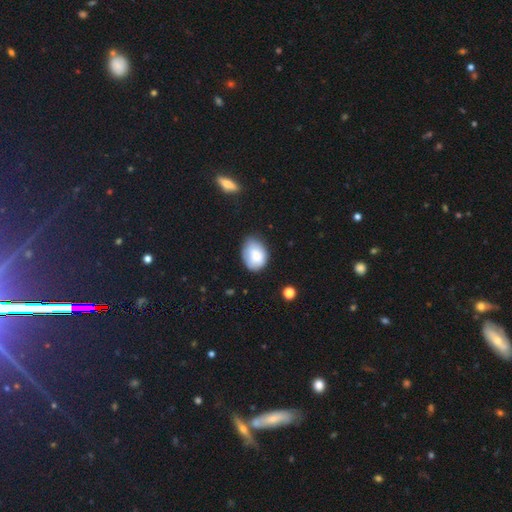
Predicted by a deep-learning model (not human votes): This is likely a smooth galaxy (80%). How rounded: likely in between (71%). Merging: possibly none (57%).